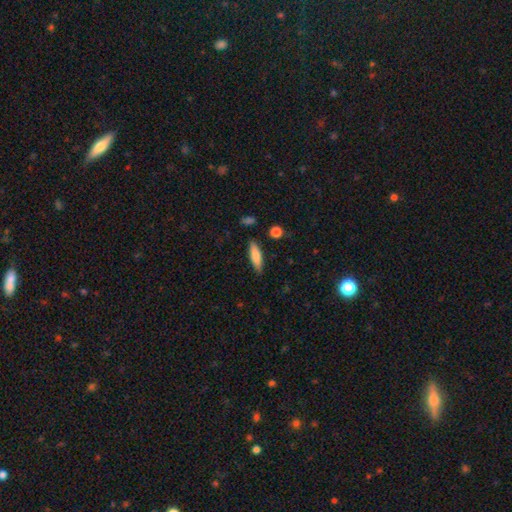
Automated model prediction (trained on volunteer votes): Smooth or featured? smooth (80%)
How rounded? cigar-shaped (63%)
Merging? none (85%)